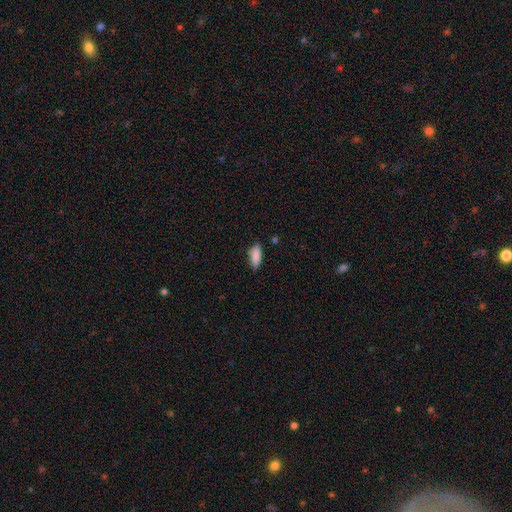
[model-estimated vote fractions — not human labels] smooth_or_featured: smooth (p=0.87) [alt: star or artifact p=0.07]
how_rounded: in between (p=0.63) [alt: cigar-shaped p=0.35]
merging: none (p=0.80) [alt: minor disturbance p=0.16]